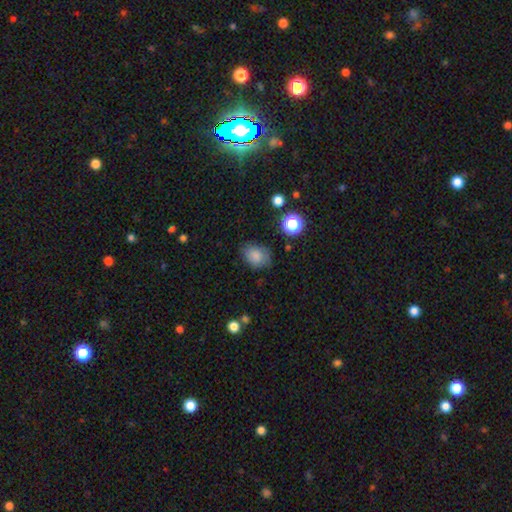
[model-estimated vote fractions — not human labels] This appears to be a smooth galaxy with no disk features (82%) that is in between round and cigar-shaped (59%). Merging: none (72%).